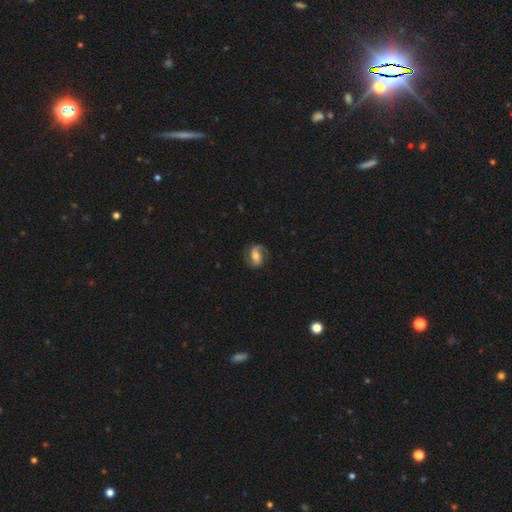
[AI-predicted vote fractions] A featured or disk galaxy (67%) with a weak bar (37%), 2 (72%) medium (43%) spiral arms (90%) and a moderate central bulge (61%). Merging: none (71%).